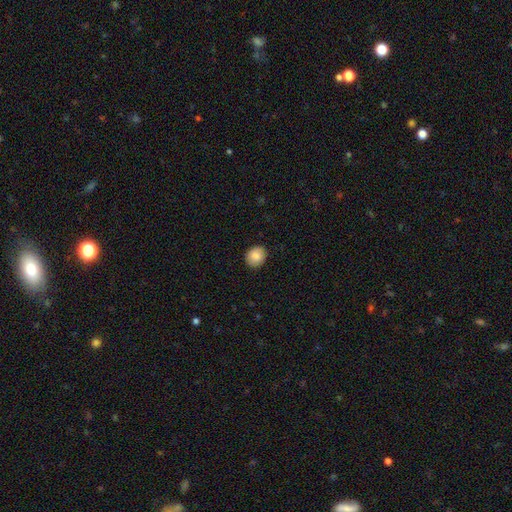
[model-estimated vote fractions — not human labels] Q: Smooth or featured?
A: smooth (86%); runner-up: star or artifact (8%)
Q: How rounded?
A: round (66%); runner-up: in between (34%)
Q: Merging?
A: none (89%); runner-up: minor disturbance (8%)